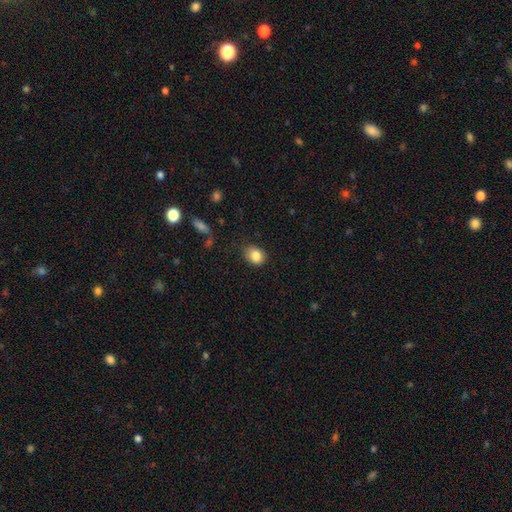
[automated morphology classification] Q: Smooth or featured?
A: smooth (84%); runner-up: star or artifact (9%)
Q: How rounded?
A: in between (54%); runner-up: round (45%)
Q: Merging?
A: none (71%); runner-up: minor disturbance (22%)